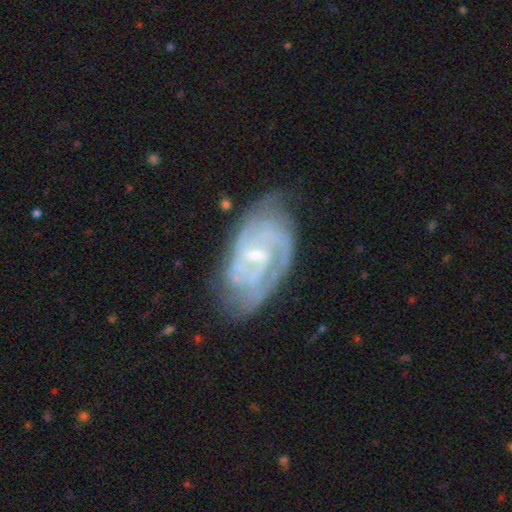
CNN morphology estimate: A featured or disk galaxy (88%) with a weak bar (54%), 2 (43%) tight (56%) spiral arms (96%) and a small central bulge (68%). Merging: none (67%).